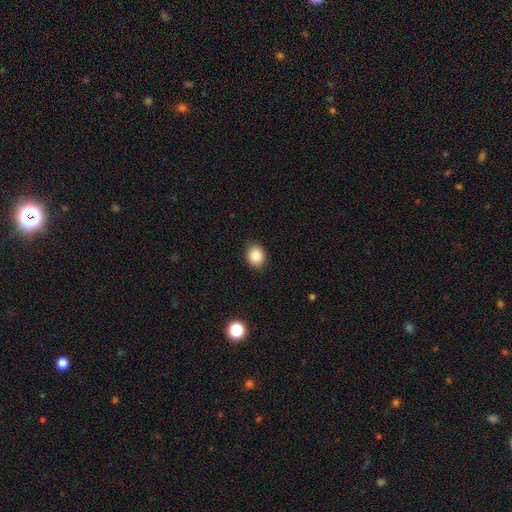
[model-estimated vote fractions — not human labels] smooth_or_featured: smooth (p=0.86) [alt: star or artifact p=0.09]
how_rounded: round (p=0.56) [alt: in between p=0.43]
merging: none (p=0.88) [alt: minor disturbance p=0.09]